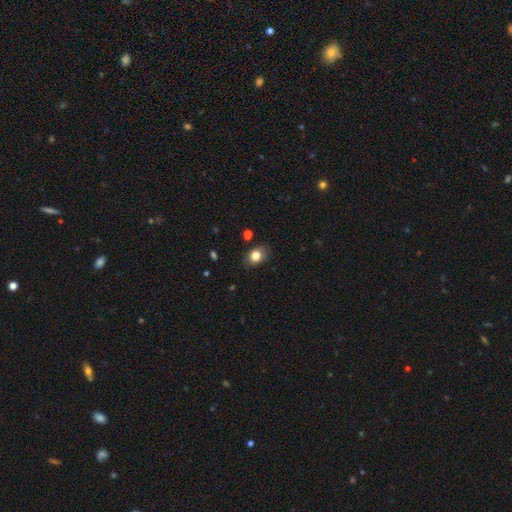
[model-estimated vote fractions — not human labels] Morphology: type=smooth (81%); roundness=in between (64%); merging=none (79%).